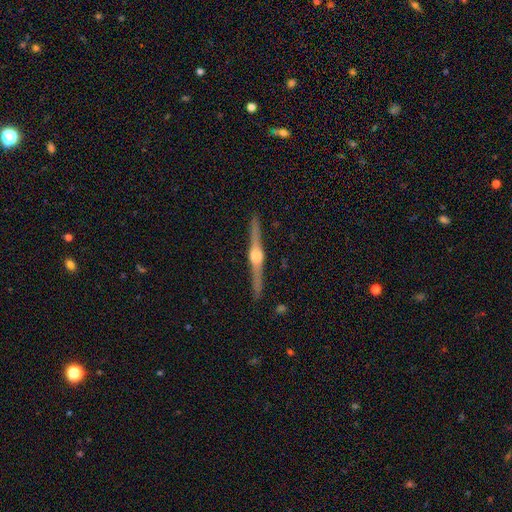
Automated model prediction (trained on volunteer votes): featured or disk 86%, smooth 9%, star or artifact 5%. Down the decision tree: edge-on disk — yes (99%); edge-on bulge — rounded (93%); merging — none (91%).